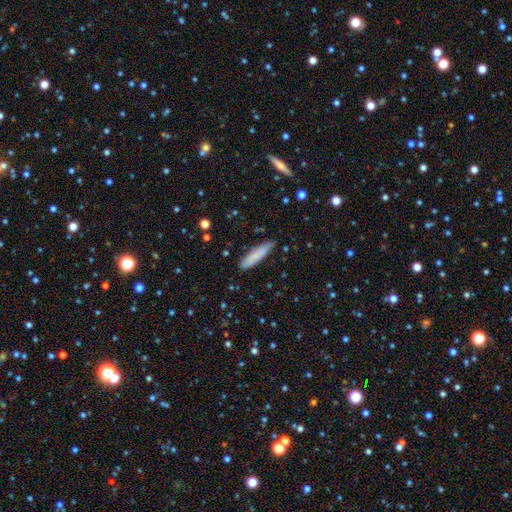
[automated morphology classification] This appears to be a smooth galaxy with no disk features (80%) that is cigar-shaped (80%). Merging: none (84%).